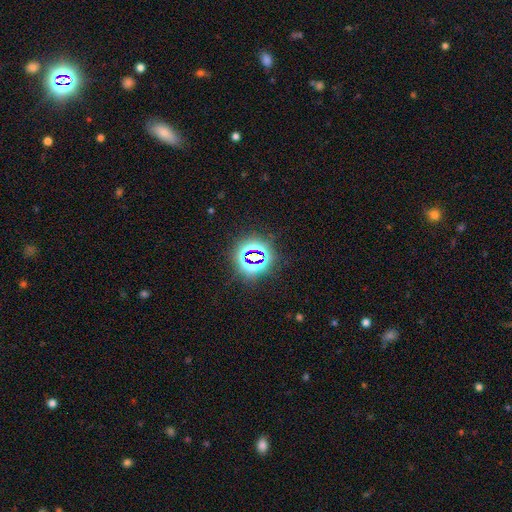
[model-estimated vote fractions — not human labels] A star or artifact, not a galaxy (77%).